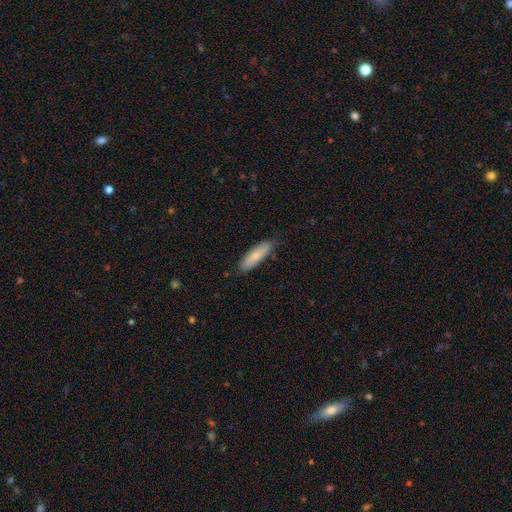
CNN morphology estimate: A smooth galaxy with no disk features (74%) that is cigar-shaped (58%).

Vote fractions:
- Smooth or featured? smooth: 74% / featured or disk: 20% / star or artifact: 6%
- How rounded? cigar-shaped: 58% / in between: 40% / round: 2%
- Merging? none: 82% / minor disturbance: 15% / major disturbance: 2% / merger: 1%